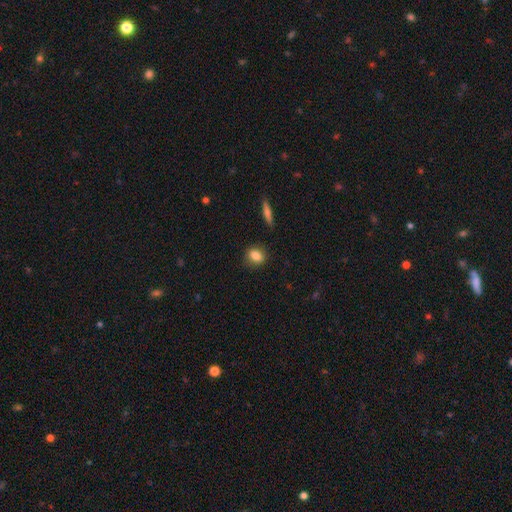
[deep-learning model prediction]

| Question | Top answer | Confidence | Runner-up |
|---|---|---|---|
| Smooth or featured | smooth | 83% | star or artifact (9%) |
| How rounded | round | 54% | in between (43%) |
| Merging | none | 85% | minor disturbance (11%) |